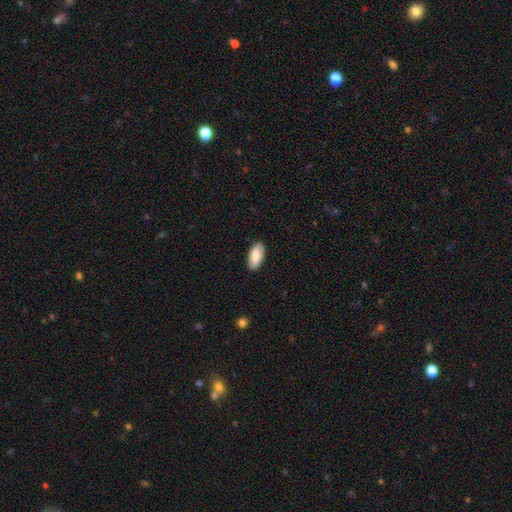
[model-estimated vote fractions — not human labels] Smooth or featured? Predicted: smooth (p=0.82). How rounded? Predicted: in between (p=0.91). Merging? Predicted: none (p=0.88).